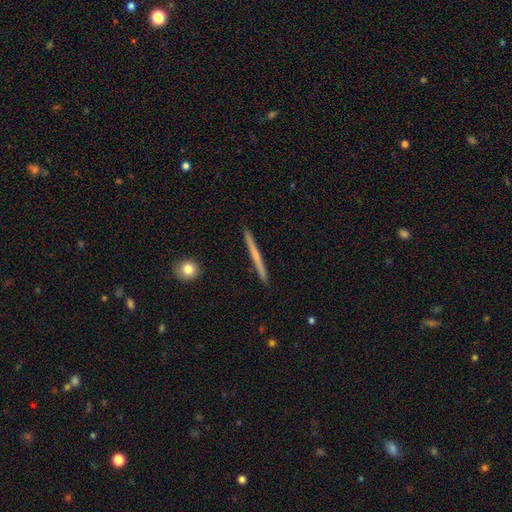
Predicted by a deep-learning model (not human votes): smooth_or_featured: featured or disk (p=0.50) [alt: smooth p=0.44]
disk_edge_on: yes (p=0.98) [alt: no p=0.02]
merging: none (p=0.92) [alt: minor disturbance p=0.06]